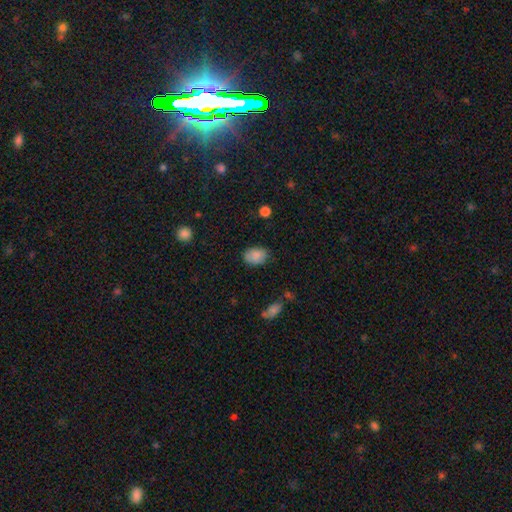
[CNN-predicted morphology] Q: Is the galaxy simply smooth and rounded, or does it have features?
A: smooth — 86%.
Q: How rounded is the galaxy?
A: in between — 81%.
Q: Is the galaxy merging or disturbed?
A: none — 79%.